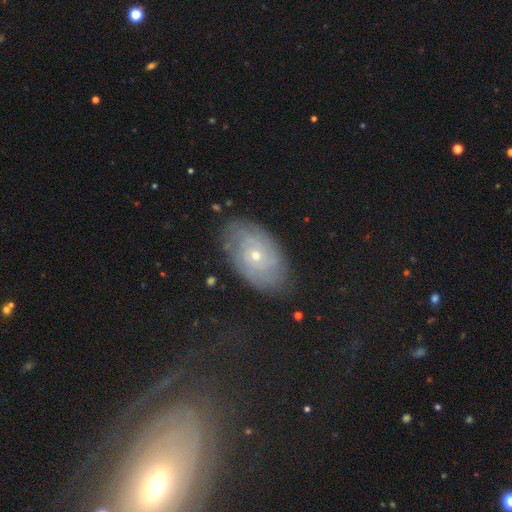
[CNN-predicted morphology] featured or disk 71%, smooth 18%, star or artifact 10%. Down the decision tree: edge-on disk — no (95%); bar — no (80%); spiral arms — yes (87%); spiral arm count — can't tell (56%); spiral winding — tight (75%); bulge size — small (64%); merging — none (81%).